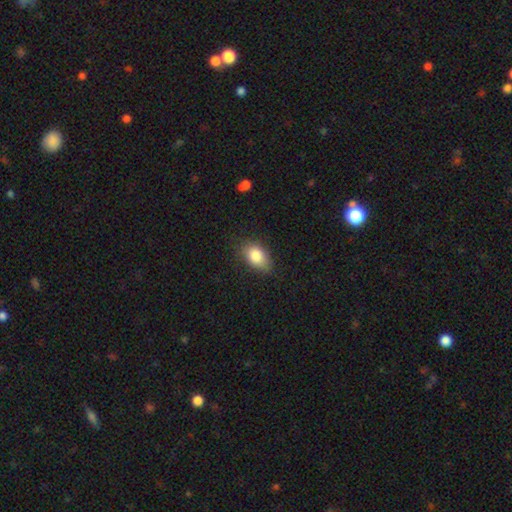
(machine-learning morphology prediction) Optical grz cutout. It shows a smooth galaxy with no disk features (84%) that is in between round and cigar-shaped (87%). Merging: none (74%).